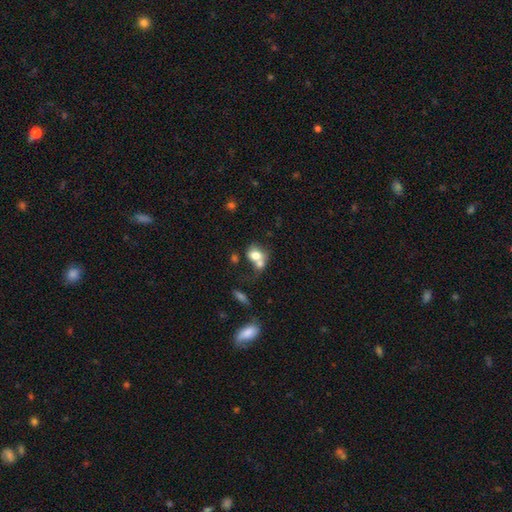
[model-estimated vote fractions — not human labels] This appears to be a smooth galaxy with no disk features (72%) that is in between round and cigar-shaped (54%). Merging: merger (60%).